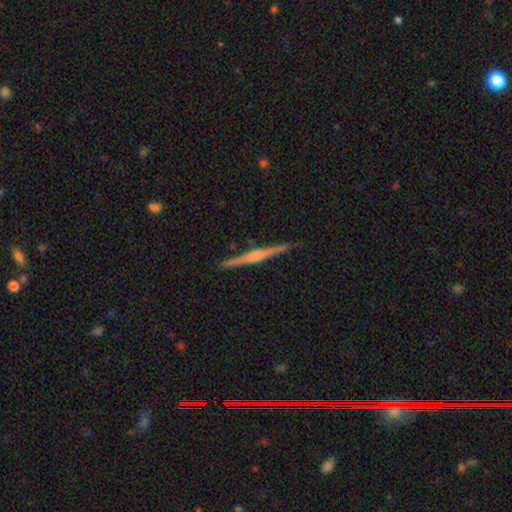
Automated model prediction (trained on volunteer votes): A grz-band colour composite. It shows a featured or disk galaxy (77%) viewed edge-on (99%) with a rounded central bulge (65%). Merging: none (91%).